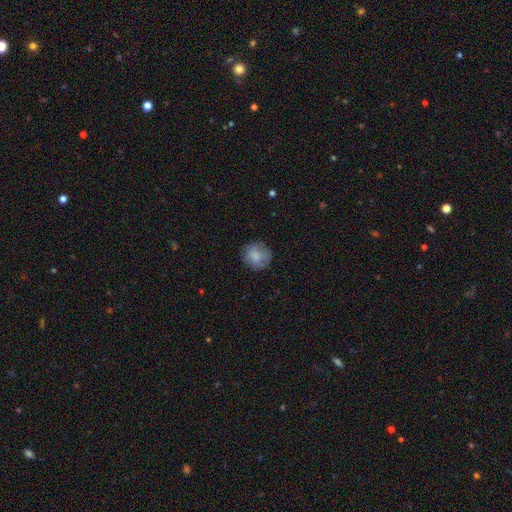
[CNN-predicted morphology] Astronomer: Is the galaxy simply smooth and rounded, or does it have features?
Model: smooth — 78%.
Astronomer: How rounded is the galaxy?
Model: round — 87%.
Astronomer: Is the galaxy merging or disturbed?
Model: none — 77%.